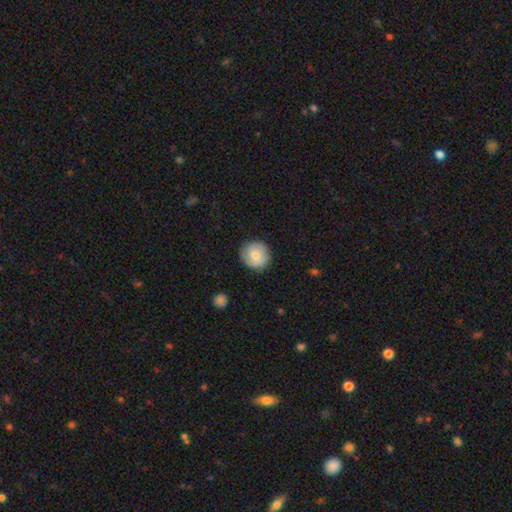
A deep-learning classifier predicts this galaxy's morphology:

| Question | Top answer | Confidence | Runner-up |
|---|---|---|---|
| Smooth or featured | smooth | 66% | featured or disk (27%) |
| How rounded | round | 91% | in between (8%) |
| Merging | none | 83% | minor disturbance (13%) |